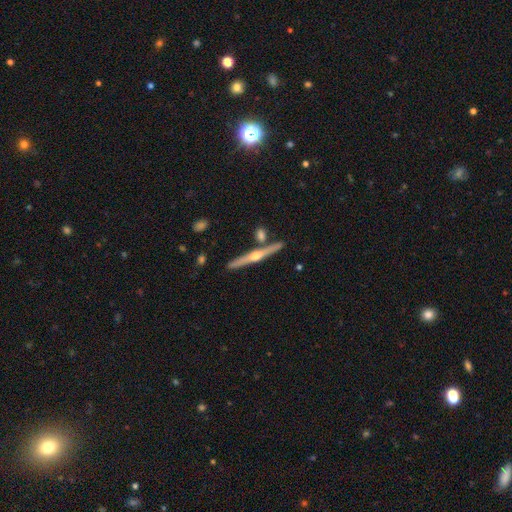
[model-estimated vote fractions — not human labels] Smooth or featured?
  - featured or disk: 81% *
  - smooth: 13%
  - star or artifact: 6%
Edge-on disk?
  - yes: 98% *
  - no: 2%
Edge-on bulge?
  - rounded: 92% *
  - none: 5%
  - boxy: 3%
Merging?
  - none: 84% *
  - minor disturbance: 7%
  - merger: 6%
  - major disturbance: 2%